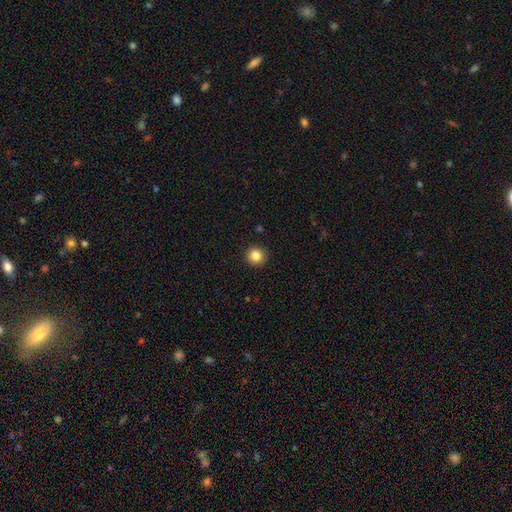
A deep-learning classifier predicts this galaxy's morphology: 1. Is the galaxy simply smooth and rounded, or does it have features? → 85% smooth, 11% star or artifact, 5% featured or disk.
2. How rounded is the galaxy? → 94% round, 5% in between, 1% cigar-shaped.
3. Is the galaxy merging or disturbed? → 92% none, 5% minor disturbance, 2% major disturbance, 1% merger.